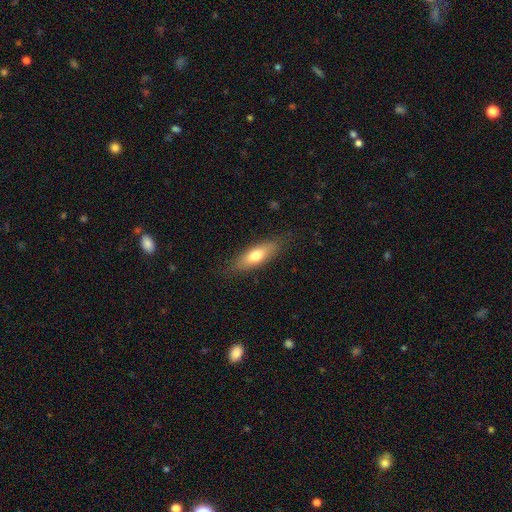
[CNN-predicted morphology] type=smooth (69%); roundness=in between (57%); merging=none (83%).